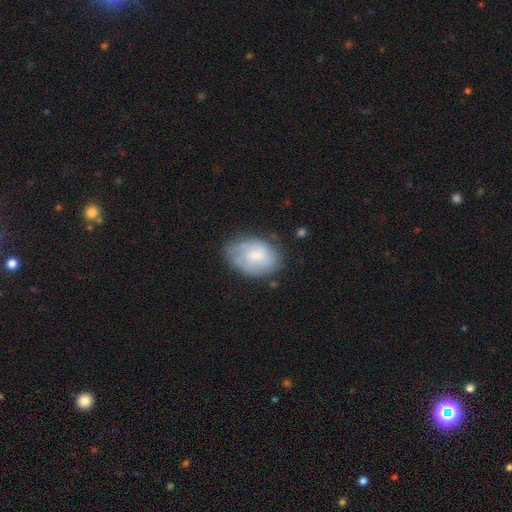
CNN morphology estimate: smooth 49%, featured or disk 44%, star or artifact 7%. Down the decision tree: merging — none (63%).